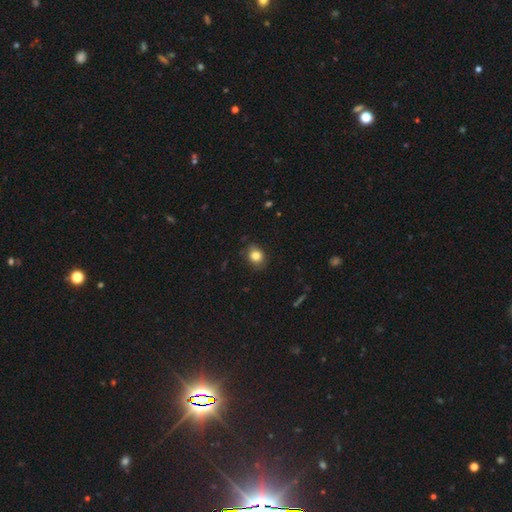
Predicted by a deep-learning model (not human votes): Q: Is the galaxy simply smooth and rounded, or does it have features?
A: smooth — 83%.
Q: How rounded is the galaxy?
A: round — 65%.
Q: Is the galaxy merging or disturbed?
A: none — 81%.